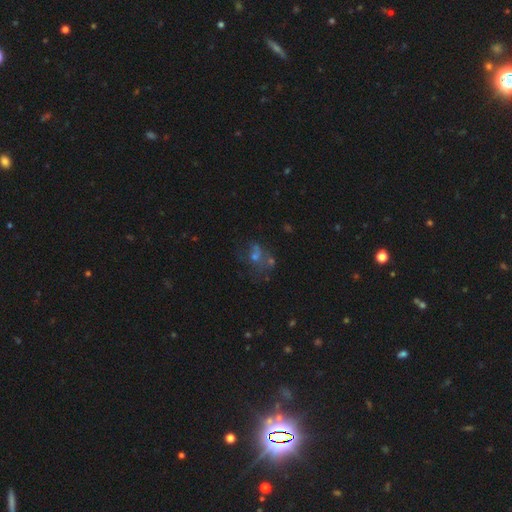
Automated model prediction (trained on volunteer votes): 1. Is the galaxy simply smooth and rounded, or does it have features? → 36% smooth, 32% star or artifact, 32% featured or disk.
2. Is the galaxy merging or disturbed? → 40% none, 23% merger, 21% major disturbance, 16% minor disturbance.